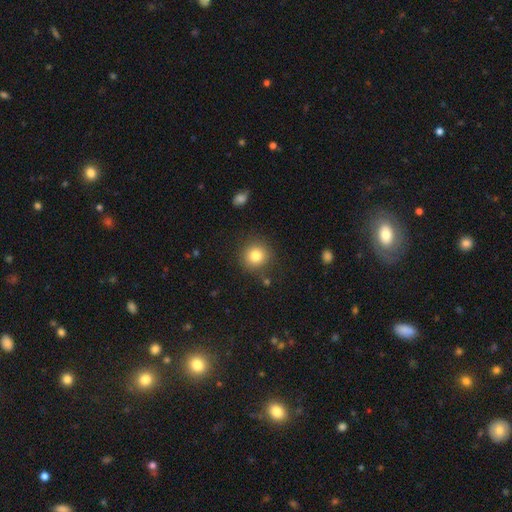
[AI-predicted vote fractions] Q: Smooth or featured?
A: smooth (82%); runner-up: star or artifact (11%)
Q: How rounded?
A: round (92%); runner-up: in between (7%)
Q: Merging?
A: none (87%); runner-up: minor disturbance (8%)